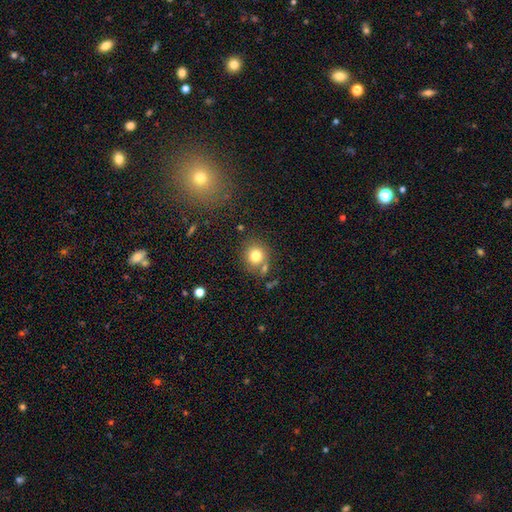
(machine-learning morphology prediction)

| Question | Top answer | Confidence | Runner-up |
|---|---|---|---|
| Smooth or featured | smooth | 79% | star or artifact (11%) |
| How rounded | round | 87% | in between (12%) |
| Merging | none | 71% | merger (13%) |